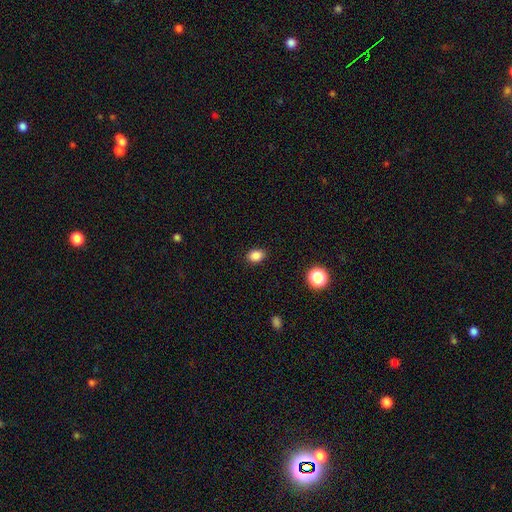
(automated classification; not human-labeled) Smooth or featured?
  - smooth: 85% *
  - star or artifact: 11%
  - featured or disk: 4%
How rounded?
  - in between: 68% *
  - round: 31%
  - cigar-shaped: 1%
Merging?
  - none: 88% *
  - minor disturbance: 9%
  - major disturbance: 2%
  - merger: 1%